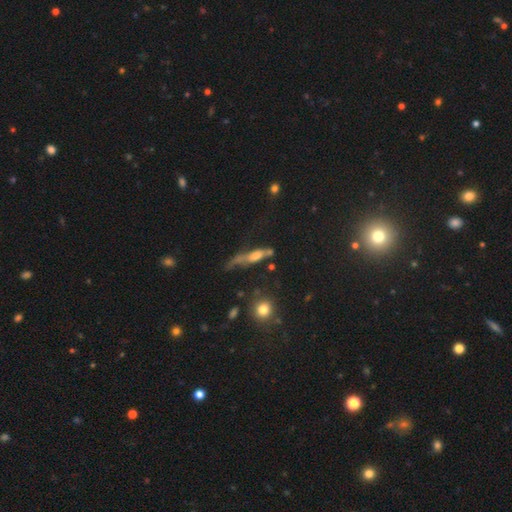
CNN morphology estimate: A featured or disk galaxy (45%). Merging: major disturbance (34%).